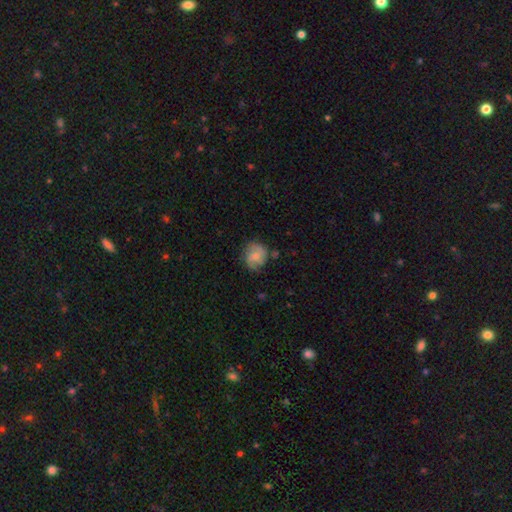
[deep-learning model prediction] Q: Smooth or featured?
A: smooth (47%); runner-up: featured or disk (45%)
Q: Merging?
A: none (67%); runner-up: minor disturbance (22%)